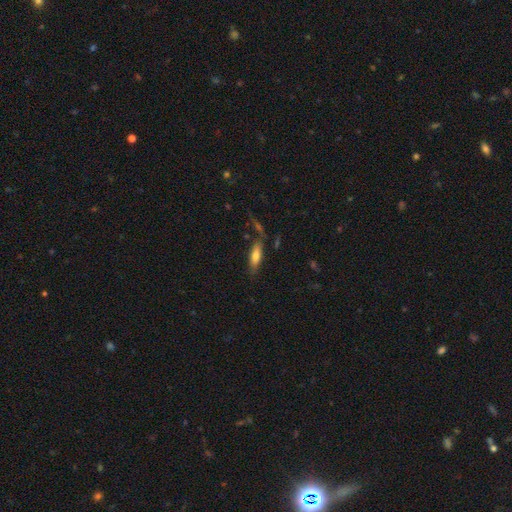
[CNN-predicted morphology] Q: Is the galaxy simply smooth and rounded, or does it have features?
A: smooth — 69%.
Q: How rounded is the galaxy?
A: in between — 50%.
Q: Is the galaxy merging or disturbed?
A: none — 68%.